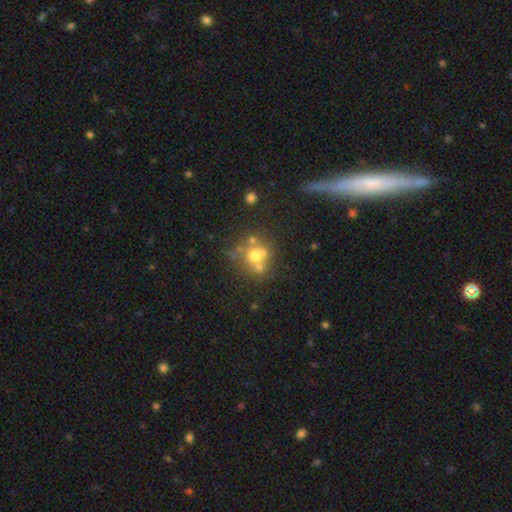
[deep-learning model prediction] smooth_or_featured: smooth (p=0.52) [alt: featured or disk p=0.30]
how_rounded: round (p=0.84) [alt: in between p=0.15]
merging: none (p=0.49) [alt: merger p=0.34]